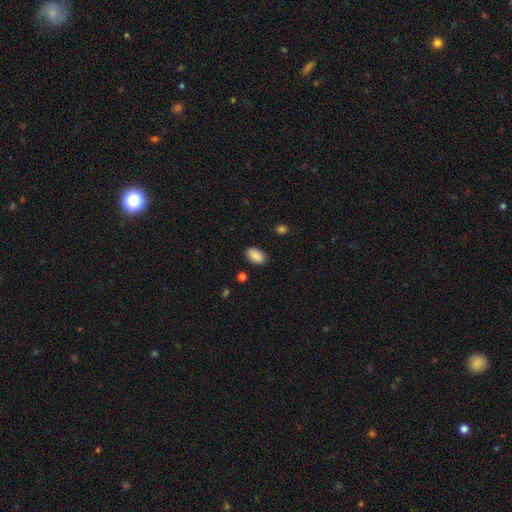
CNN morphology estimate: This is clearly a smooth galaxy (87%). How rounded: clearly in between (93%). Merging: clearly none (83%).